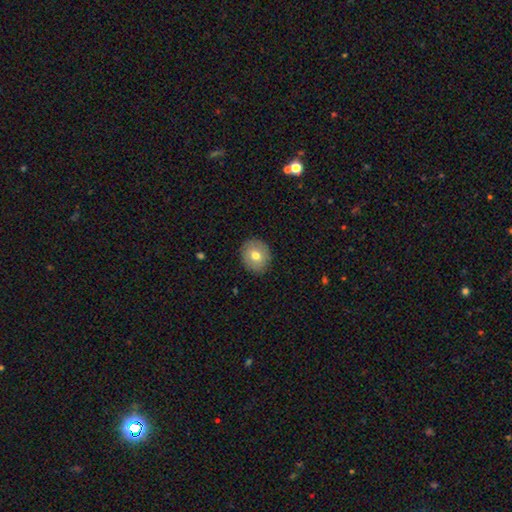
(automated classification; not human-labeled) Smooth or featured? smooth (72%)
How rounded? round (78%)
Merging? none (89%)